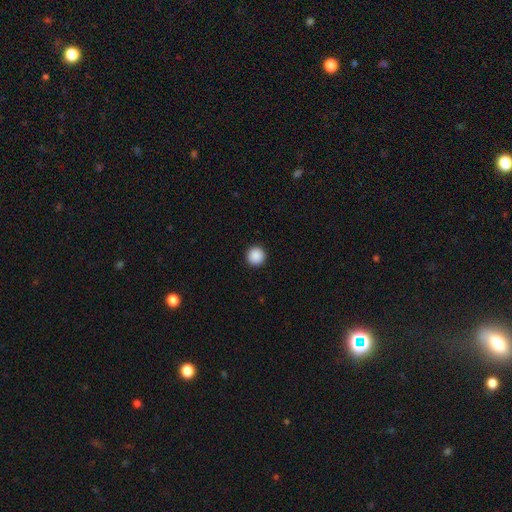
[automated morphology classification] smooth 89%, star or artifact 8%, featured or disk 2%. Down the decision tree: how rounded — round (96%); merging — none (94%).